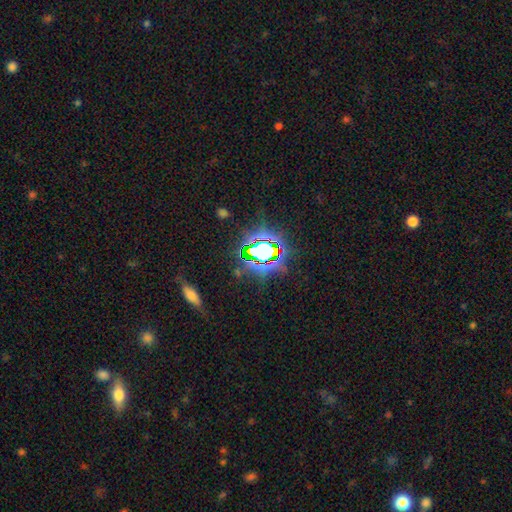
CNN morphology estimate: A star or artifact, not a galaxy (75%).